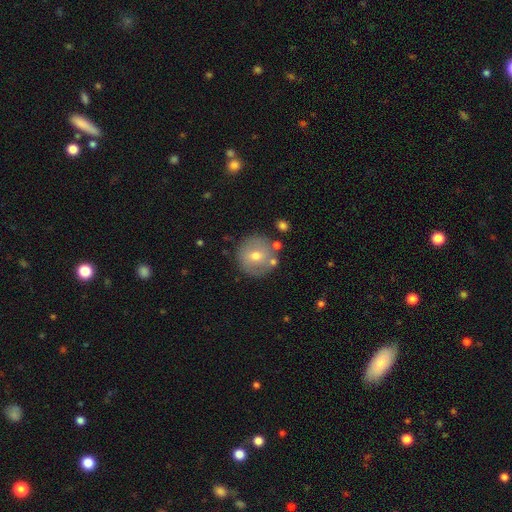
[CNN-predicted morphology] The model was most divided on "smooth or featured": smooth: 59%, featured or disk: 33%, star or artifact: 9%. More confident: how rounded — round (94%); merging — none (79%).